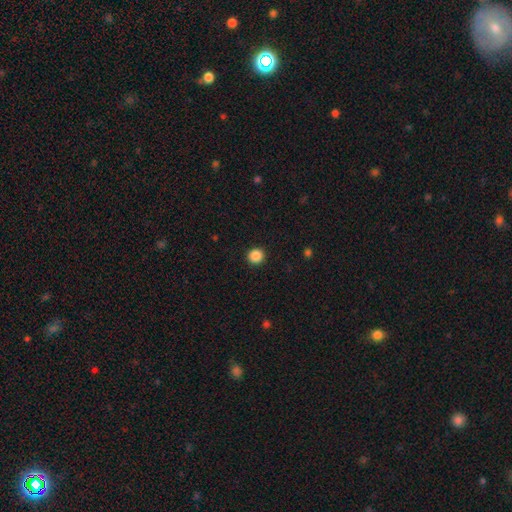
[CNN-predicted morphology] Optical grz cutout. It shows a smooth galaxy with no disk features (87%) that is round (94%). Merging: none (93%).